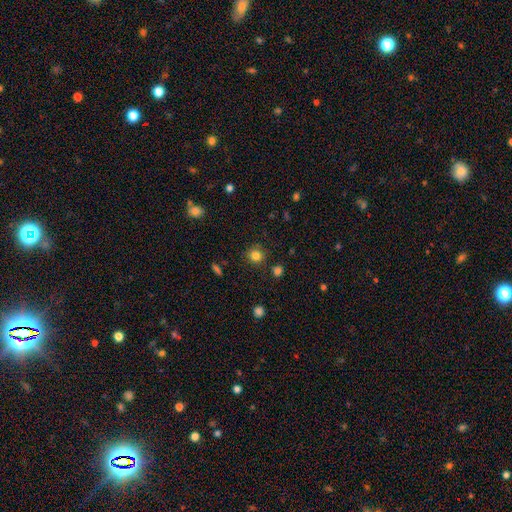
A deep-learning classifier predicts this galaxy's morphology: smooth_or_featured: smooth (p=0.83) [alt: star or artifact p=0.12]
how_rounded: round (p=0.89) [alt: in between p=0.10]
merging: none (p=0.85) [alt: minor disturbance p=0.09]